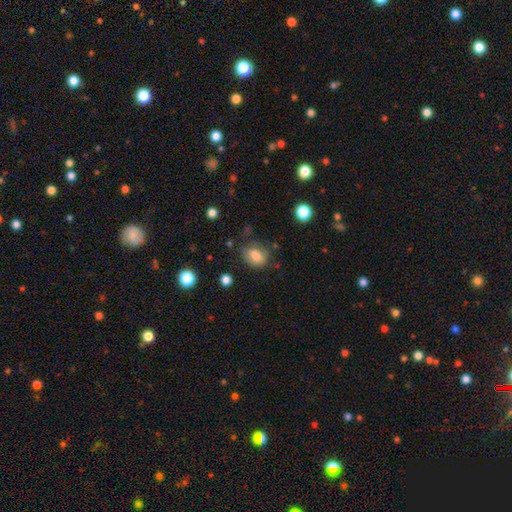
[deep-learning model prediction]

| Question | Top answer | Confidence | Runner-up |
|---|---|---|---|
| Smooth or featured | smooth | 75% | featured or disk (15%) |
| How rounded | in between | 63% | round (36%) |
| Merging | none | 61% | minor disturbance (25%) |